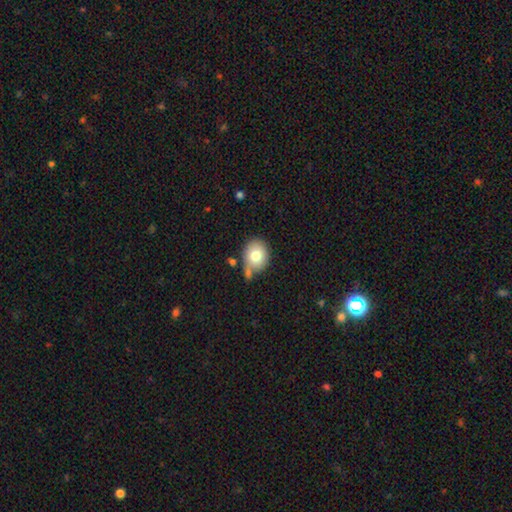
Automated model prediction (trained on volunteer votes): Morphology: type=smooth (77%); roundness=round (57%); merging=none (57%).